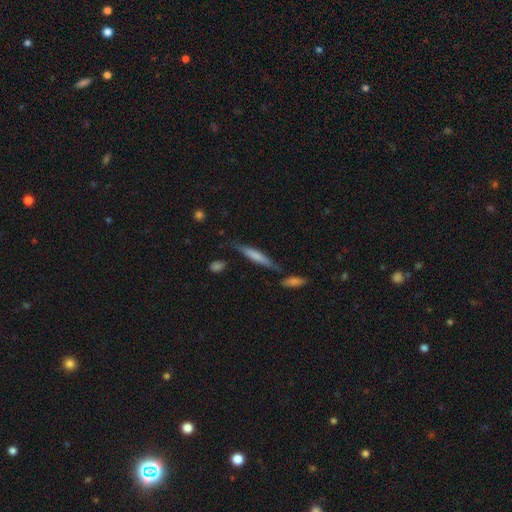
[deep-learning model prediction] This appears to be a smooth galaxy with no disk features (64%) that is cigar-shaped (89%). Merging: none (71%).